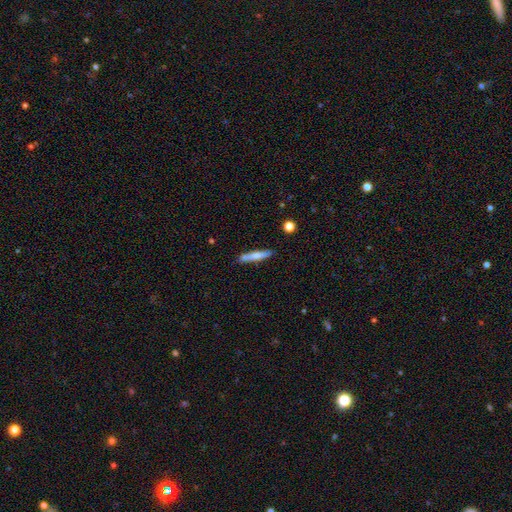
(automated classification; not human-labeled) This appears to be a smooth galaxy with no disk features (65%) that is cigar-shaped (92%). Merging: none (84%).